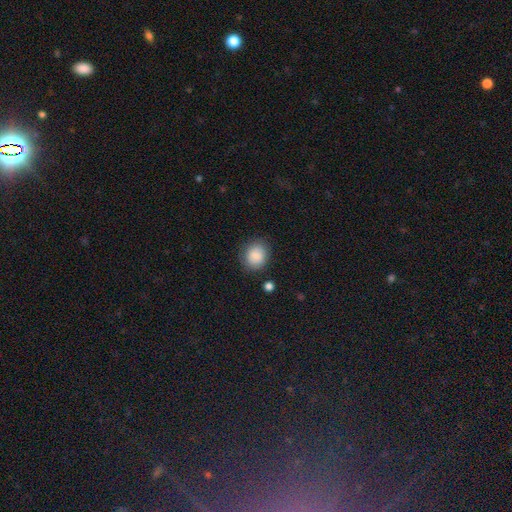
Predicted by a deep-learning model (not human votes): The model was most divided on "how rounded": round: 70%, in between: 29%, cigar-shaped: 1%. More confident: smooth or featured — smooth (86%); merging — none (83%).